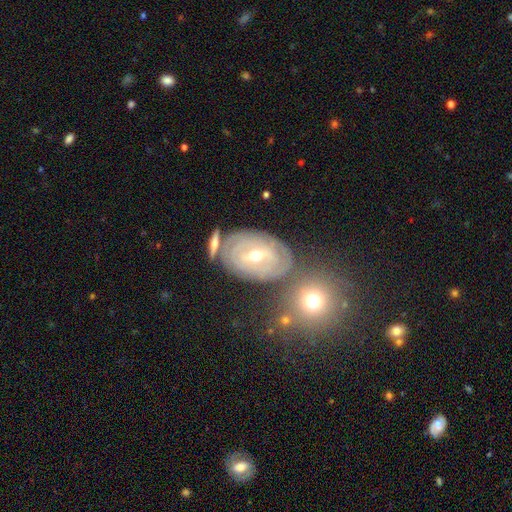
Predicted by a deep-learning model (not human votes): The model was most divided on "spiral arm count": can't tell: 45%, 2: 25%, 3: 14%, 4: 7%, 1: 4%, more than 4: 4%. More confident: edge-on disk — no (94%); spiral arms — yes (85%); smooth or featured — featured or disk (78%); spiral winding — tight (77%); merging — none (68%); bulge size — moderate (59%); bar — weak (51%).